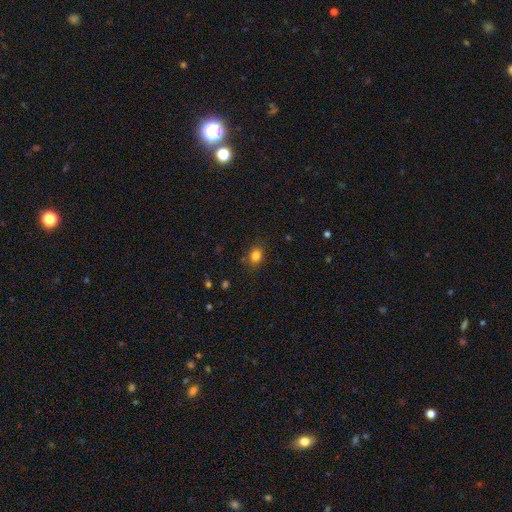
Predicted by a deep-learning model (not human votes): This is clearly a smooth galaxy (82%). How rounded: possibly round (59%). Merging: likely none (79%).